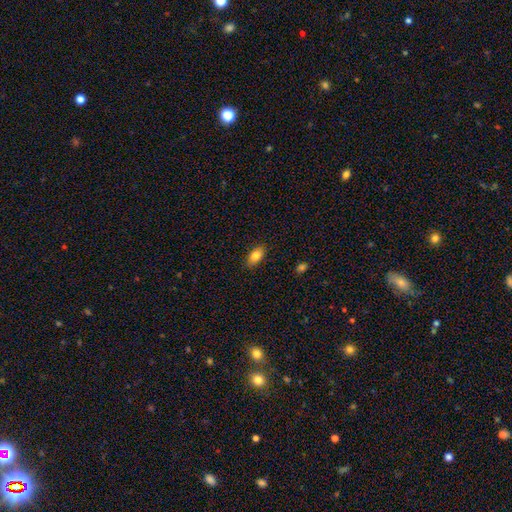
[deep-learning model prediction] Smooth or featured? Predicted: smooth (p=0.83). How rounded? Predicted: in between (p=0.89). Merging? Predicted: none (p=0.87).